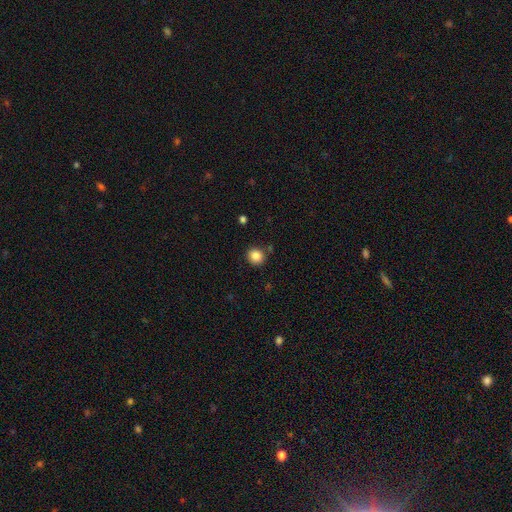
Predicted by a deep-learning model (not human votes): Smooth or featured?
  - smooth: 86% *
  - star or artifact: 10%
  - featured or disk: 4%
How rounded?
  - round: 88% *
  - in between: 11%
  - cigar-shaped: 1%
Merging?
  - none: 85% *
  - minor disturbance: 9%
  - merger: 4%
  - major disturbance: 3%